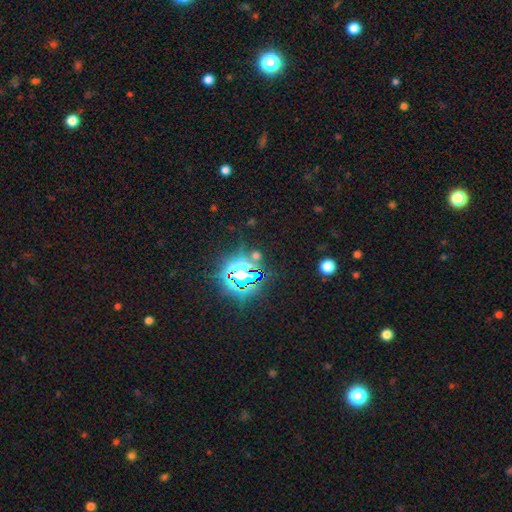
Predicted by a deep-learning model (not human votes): A star or artifact, not a galaxy (80%).